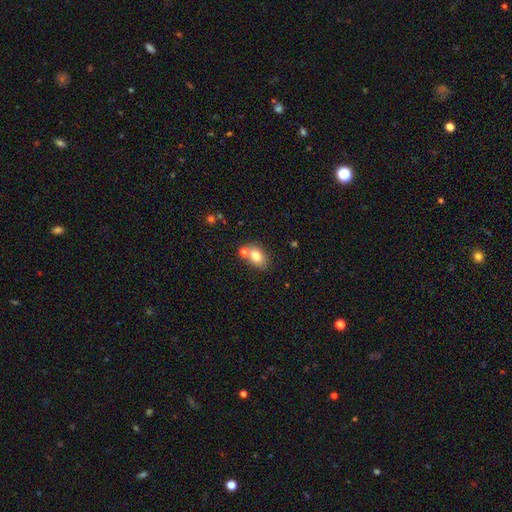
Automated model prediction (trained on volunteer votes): Overall: smooth (77%). How rounded: in between (71%). Merging: none (60%; merger 24%).